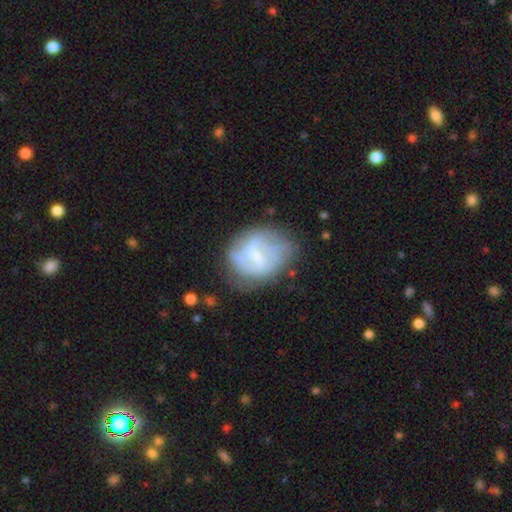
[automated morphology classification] Smooth or featured? Predicted: featured or disk (p=0.68). Edge-on disk? Predicted: no (p=0.97). Bar? Predicted: weak (p=0.55). Spiral arms? Predicted: yes (p=0.71). Bulge size? Predicted: small (p=0.62). Merging? Predicted: none (p=0.58).